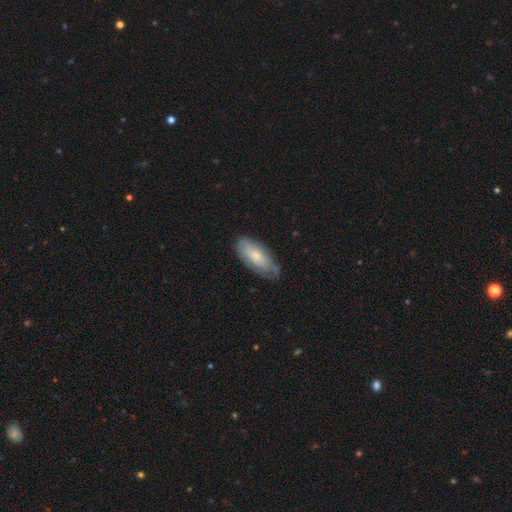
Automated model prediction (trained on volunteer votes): Smooth or featured: smooth — 64% (featured or disk — 30%)
How rounded: in between — 83% (cigar-shaped — 15%)
Merging: none — 62% (minor disturbance — 30%)